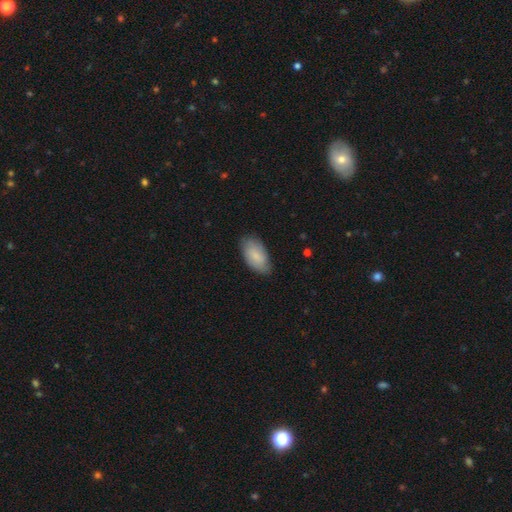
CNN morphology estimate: Overall: smooth (80%). How rounded: in between (95%). Merging: none (76%).